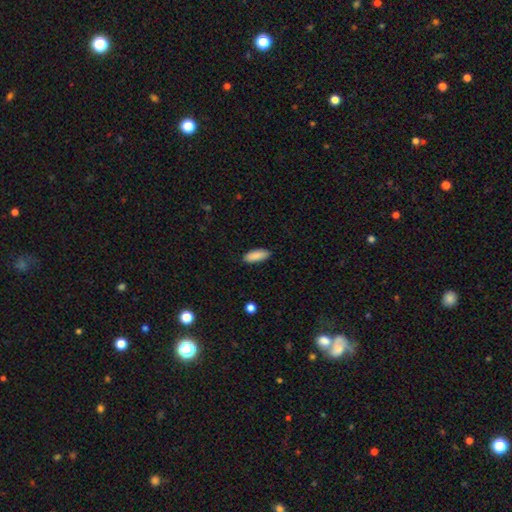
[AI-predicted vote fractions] smooth_or_featured: smooth (p=0.89) [alt: star or artifact p=0.07]
how_rounded: in between (p=0.71) [alt: cigar-shaped p=0.27]
merging: none (p=0.87) [alt: minor disturbance p=0.10]